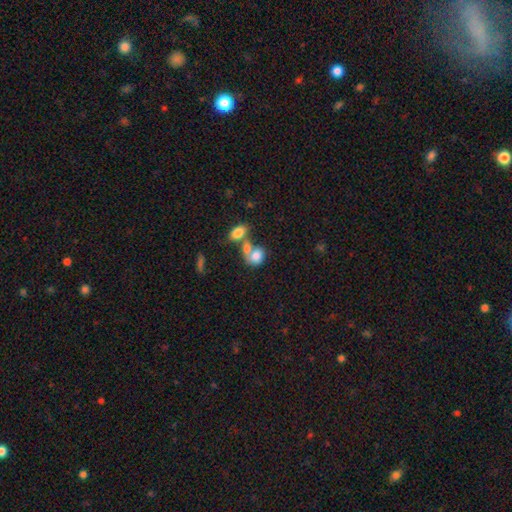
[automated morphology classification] Q: Smooth or featured?
A: smooth (78%); runner-up: featured or disk (13%)
Q: How rounded?
A: in between (62%); runner-up: round (36%)
Q: Merging?
A: merger (56%); runner-up: none (27%)